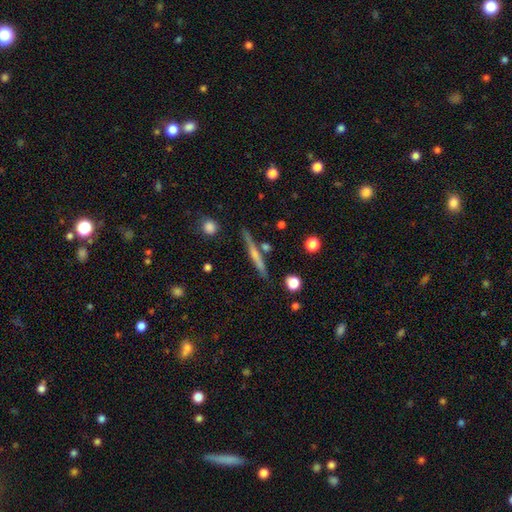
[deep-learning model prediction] The model was most divided on "smooth or featured": featured or disk: 51%, smooth: 42%, star or artifact: 7%. More confident: edge-on disk — yes (96%); merging — none (82%).